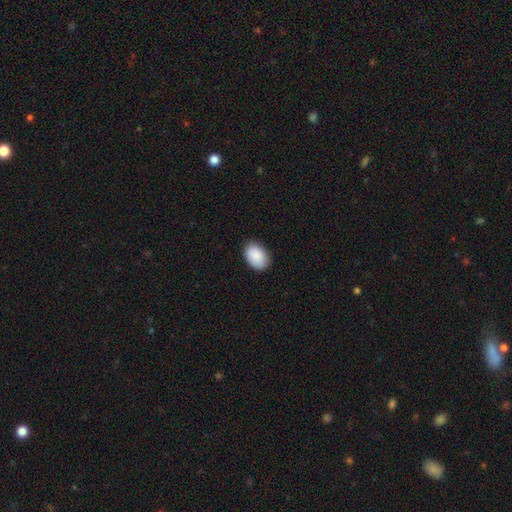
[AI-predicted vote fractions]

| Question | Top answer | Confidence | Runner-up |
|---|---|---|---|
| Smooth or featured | smooth | 90% | star or artifact (6%) |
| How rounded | in between | 85% | round (14%) |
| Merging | none | 84% | minor disturbance (13%) |